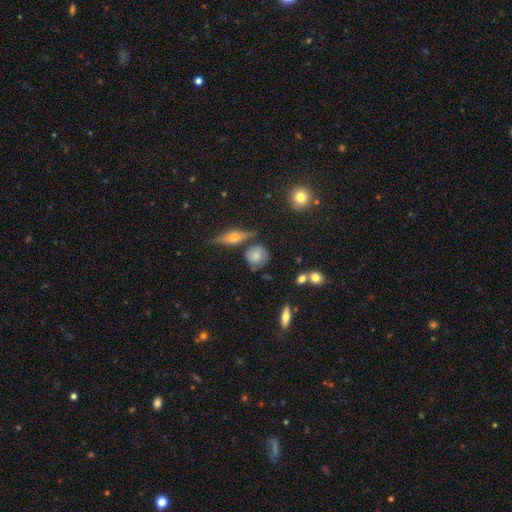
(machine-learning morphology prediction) This appears to be a smooth galaxy with no disk features (71%) that is round (81%). Merging: none (68%).